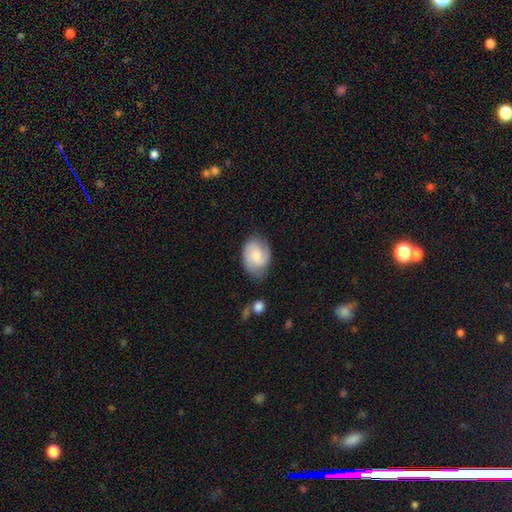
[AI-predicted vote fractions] The model was most divided on "smooth or featured" (2-way tie): smooth: 46%, featured or disk: 46%, star or artifact: 7%. More confident: merging — none (66%).